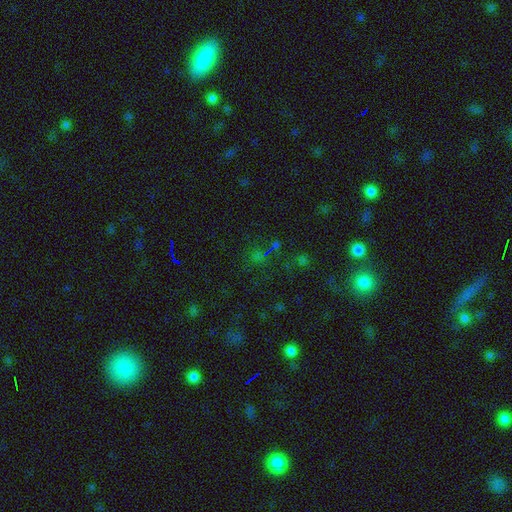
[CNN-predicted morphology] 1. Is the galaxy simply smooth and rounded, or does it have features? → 58% star or artifact, 35% smooth, 7% featured or disk.